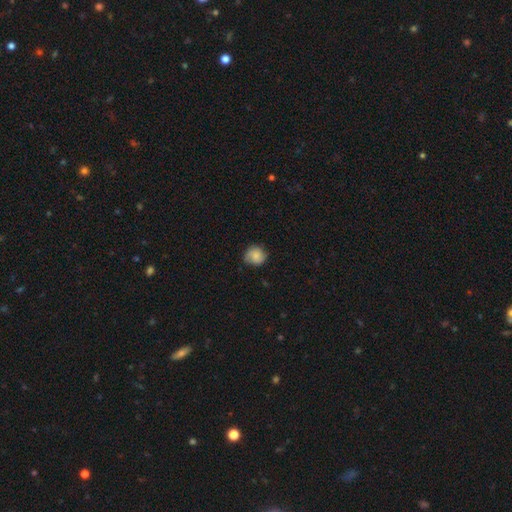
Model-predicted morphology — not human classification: smooth_or_featured: smooth (p=0.69) [alt: featured or disk p=0.22]
how_rounded: round (p=0.84) [alt: in between p=0.15]
merging: none (p=0.72) [alt: minor disturbance p=0.22]